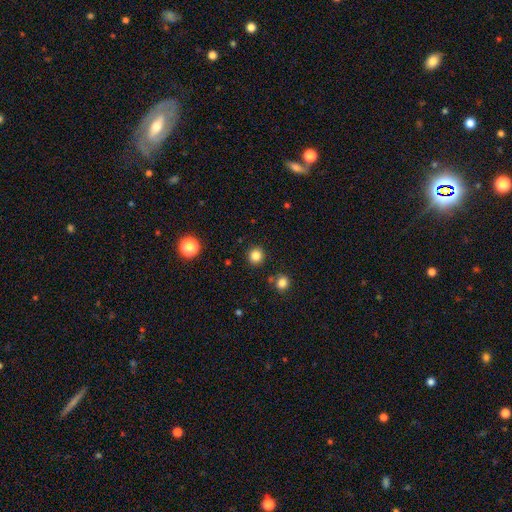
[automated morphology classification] Smooth or featured: smooth — 84% (star or artifact — 12%)
How rounded: round — 93% (in between — 6%)
Merging: none — 90% (minor disturbance — 6%)